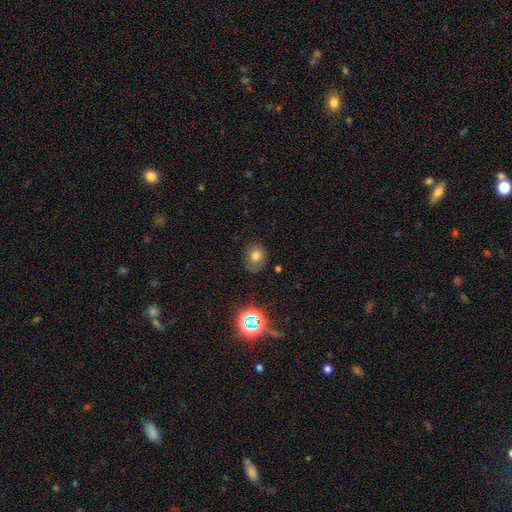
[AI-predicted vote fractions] Smooth or featured: smooth — 71% (star or artifact — 18%)
How rounded: round — 58% (in between — 41%)
Merging: none — 70% (minor disturbance — 22%)